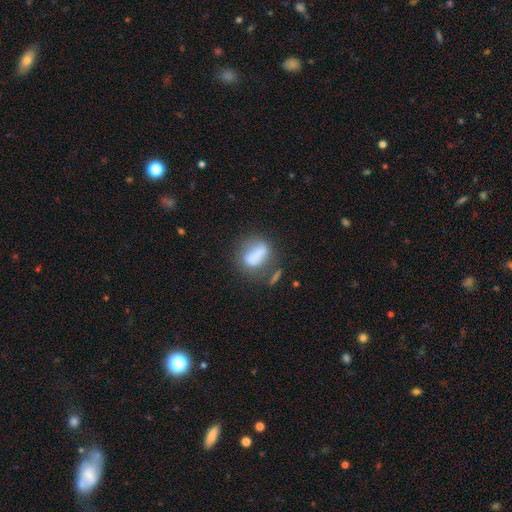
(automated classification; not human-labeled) A smooth galaxy with no disk features (70%) that is in between round and cigar-shaped (69%).

Vote fractions:
- Smooth or featured? smooth: 70% / featured or disk: 19% / star or artifact: 10%
- How rounded? in between: 69% / round: 23% / cigar-shaped: 8%
- Merging? none: 43% / minor disturbance: 23% / major disturbance: 17% / merger: 17%